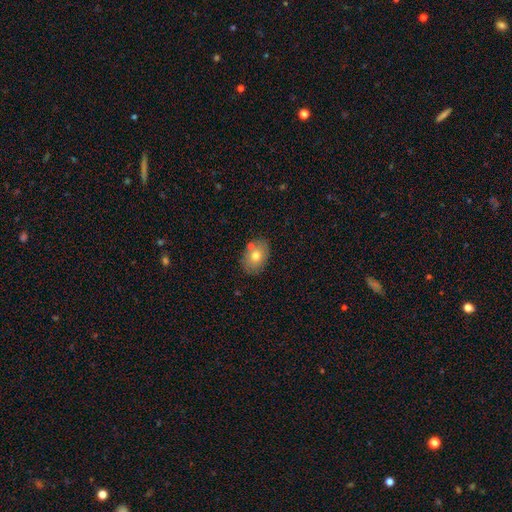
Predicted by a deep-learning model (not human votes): A smooth galaxy with no disk features (72%) that is in between round and cigar-shaped (79%). Merging: none (76%).